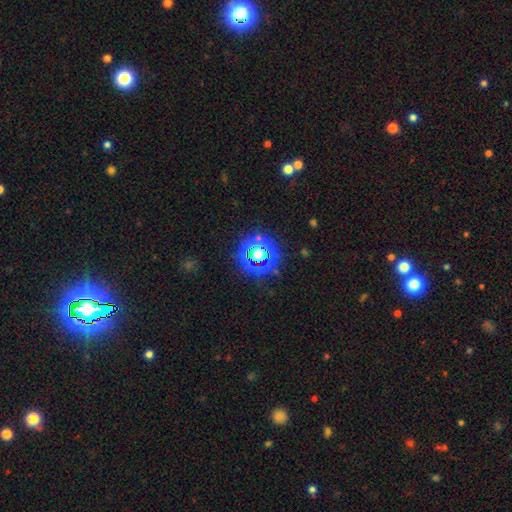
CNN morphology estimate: This appears to be a star or artifact, not a galaxy (65%).